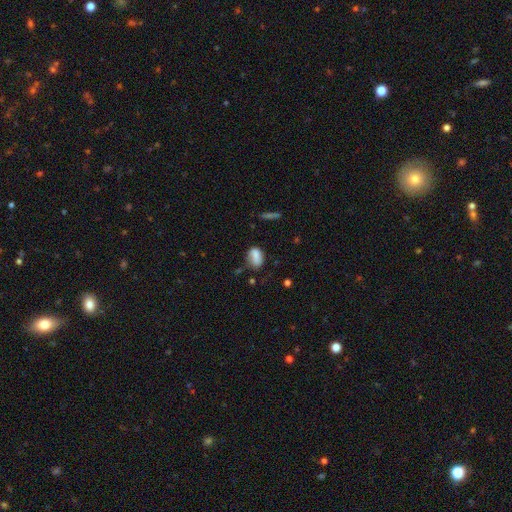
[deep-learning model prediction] smooth_or_featured: smooth (p=0.78) [alt: featured or disk p=0.13]
how_rounded: in between (p=0.79) [alt: round p=0.18]
merging: none (p=0.52) [alt: minor disturbance p=0.29]